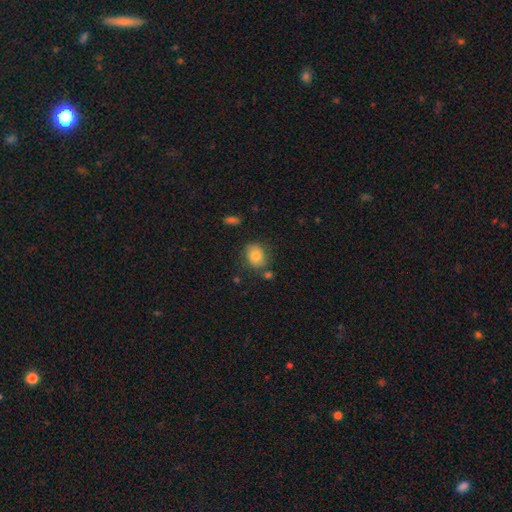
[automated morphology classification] type=smooth (79%); roundness=in between (52%); merging=none (72%).